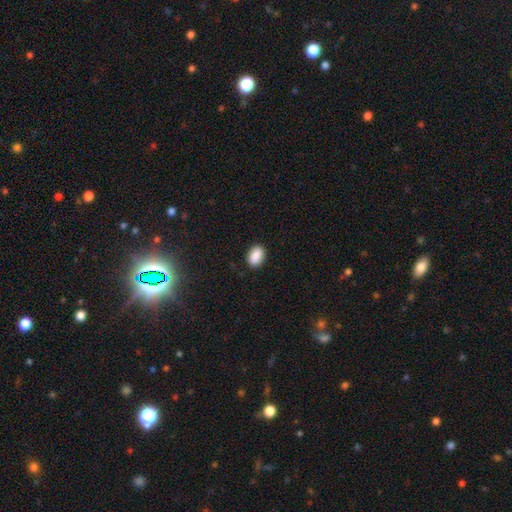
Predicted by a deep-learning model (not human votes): Smooth or featured: smooth — 88% (star or artifact — 7%)
How rounded: in between — 84% (round — 15%)
Merging: none — 87% (minor disturbance — 10%)